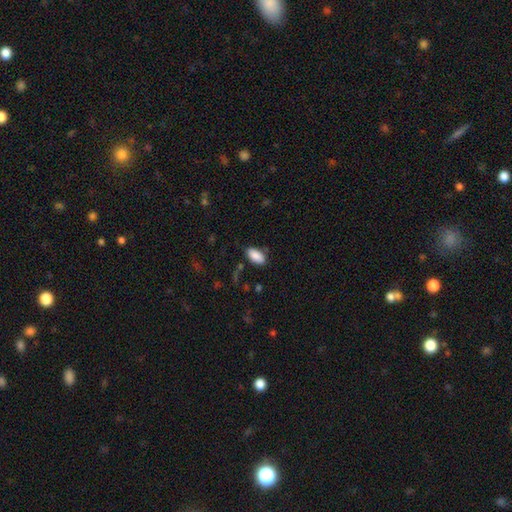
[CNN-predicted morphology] smooth-or-featured: smooth: 88% | star or artifact: 7% | featured or disk: 5%
  how-rounded: in between: 93% | cigar-shaped: 5% | round: 2%
  merging: none: 80% | minor disturbance: 14% | major disturbance: 3% | merger: 3%